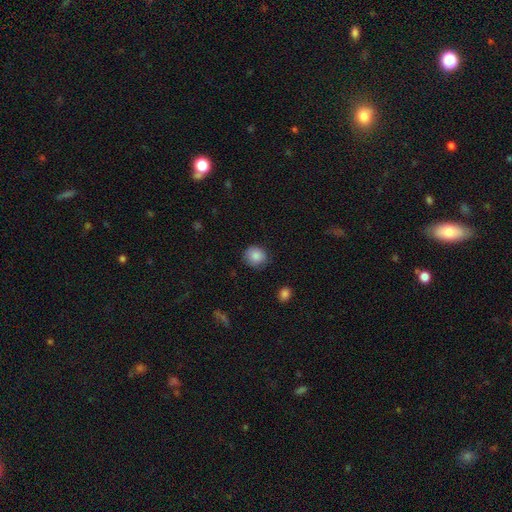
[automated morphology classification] This appears to be a smooth galaxy with no disk features (86%) that is round (83%). Merging: none (77%).